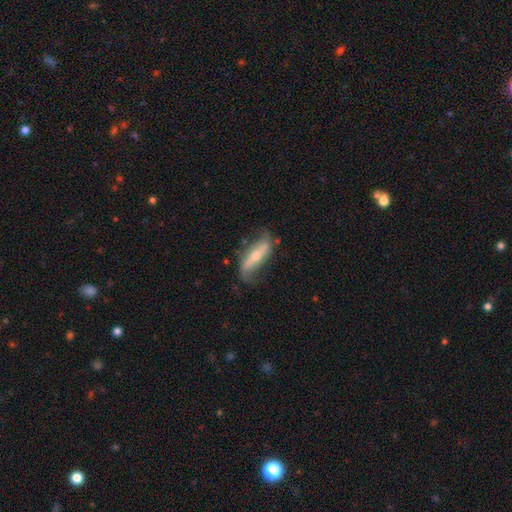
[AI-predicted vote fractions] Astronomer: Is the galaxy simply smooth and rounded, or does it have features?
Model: featured or disk — 72%.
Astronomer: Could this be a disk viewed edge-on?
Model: no — 69%.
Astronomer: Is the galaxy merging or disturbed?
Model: none — 63%.